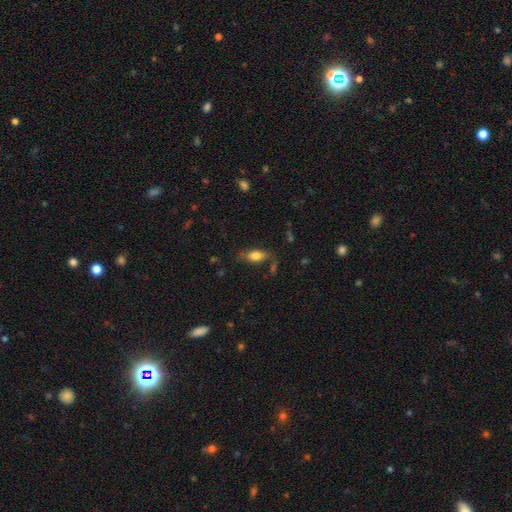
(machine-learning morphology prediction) Smooth or featured?
  - smooth: 74% *
  - featured or disk: 18%
  - star or artifact: 8%
How rounded?
  - in between: 82% *
  - cigar-shaped: 14%
  - round: 4%
Merging?
  - none: 67% *
  - minor disturbance: 20%
  - major disturbance: 7%
  - merger: 5%